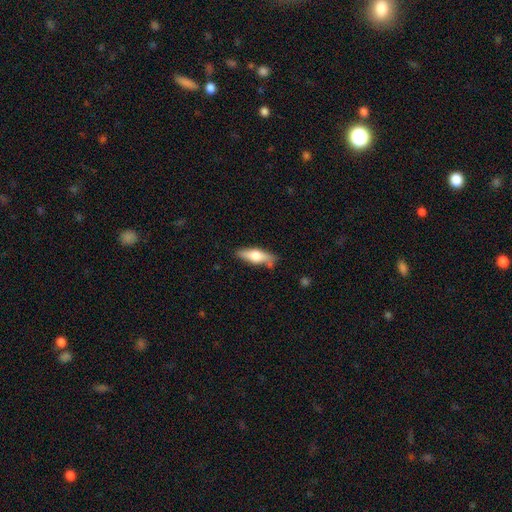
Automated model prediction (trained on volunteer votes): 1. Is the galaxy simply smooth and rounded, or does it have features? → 52% smooth, 42% featured or disk, 6% star or artifact.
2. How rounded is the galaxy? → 51% cigar-shaped, 46% in between, 3% round.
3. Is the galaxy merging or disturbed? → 76% none, 16% minor disturbance, 4% merger, 3% major disturbance.